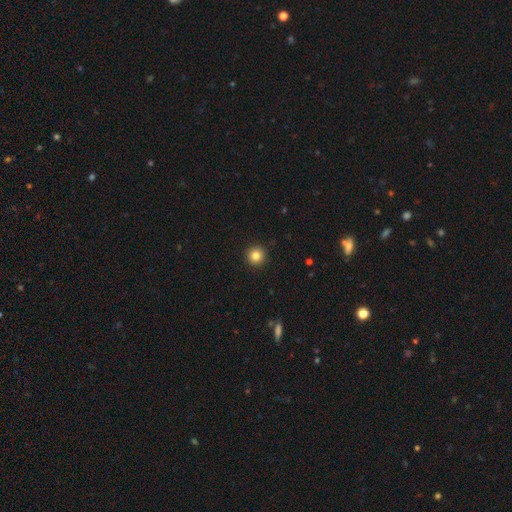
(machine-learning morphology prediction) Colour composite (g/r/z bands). It shows a smooth galaxy with no disk features (84%) that is round (96%). Merging: none (93%).